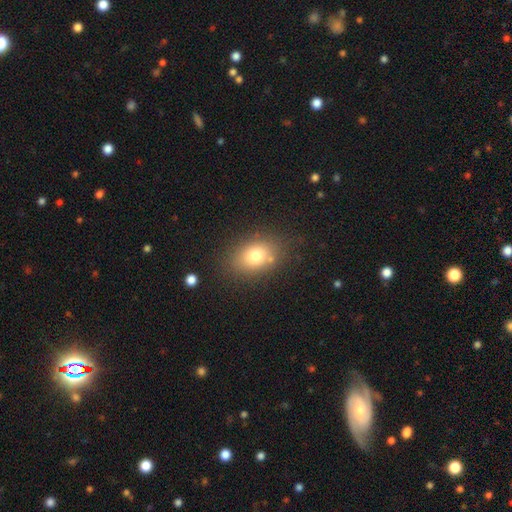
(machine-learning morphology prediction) This is likely a smooth galaxy (77%). How rounded: likely in between (71%). Merging: likely none (77%).